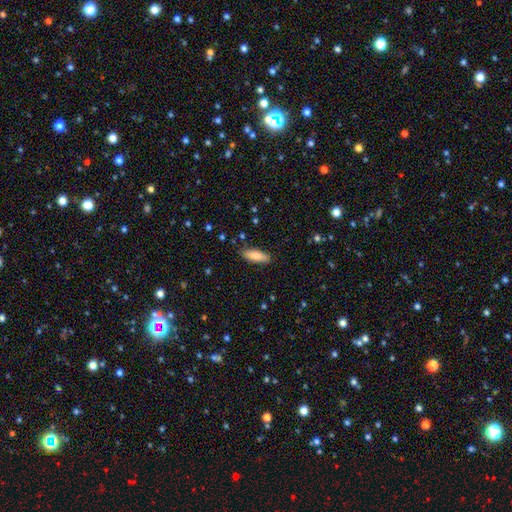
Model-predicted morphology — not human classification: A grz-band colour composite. It shows a smooth galaxy with no disk features (85%) that is in between round and cigar-shaped (64%). Merging: none (85%).